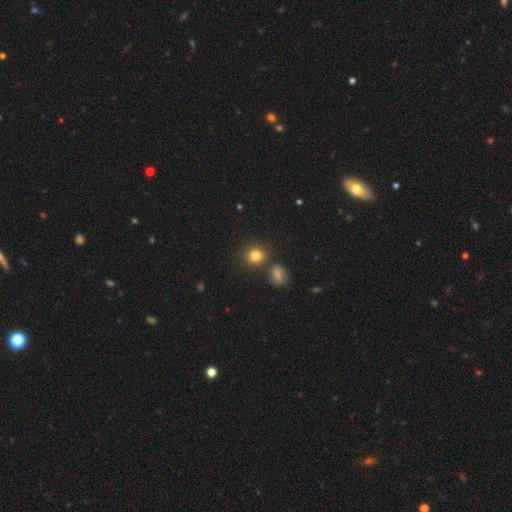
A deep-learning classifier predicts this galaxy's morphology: Smooth or featured? smooth (81%)
How rounded? round (83%)
Merging? none (76%)